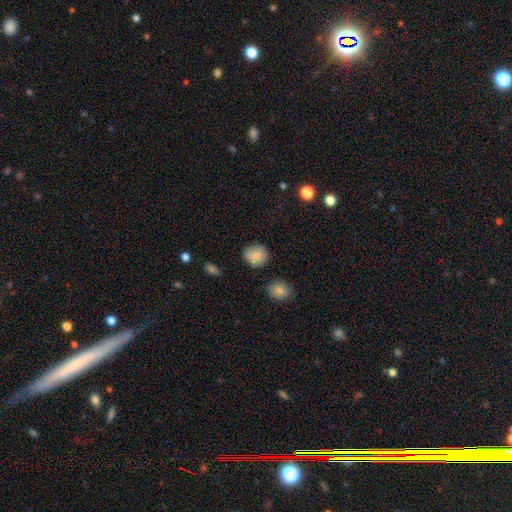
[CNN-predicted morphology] The model was most divided on "how rounded": round: 81%, in between: 18%, cigar-shaped: 1%. More confident: smooth or featured — smooth (84%); merging — none (80%).